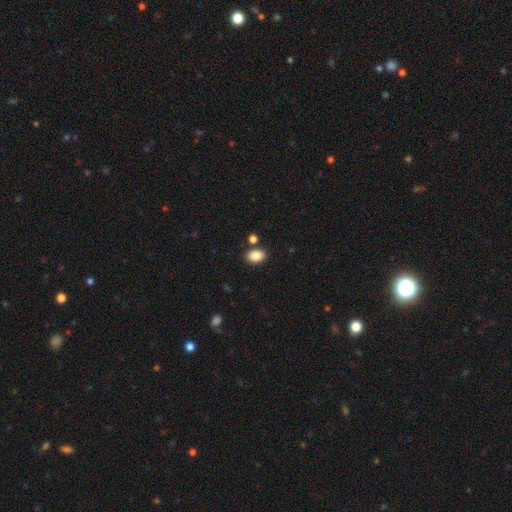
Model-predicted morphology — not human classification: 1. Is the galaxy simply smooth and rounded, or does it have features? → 87% smooth, 8% star or artifact, 5% featured or disk.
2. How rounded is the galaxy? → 78% in between, 21% round, 1% cigar-shaped.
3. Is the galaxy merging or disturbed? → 80% none, 9% minor disturbance, 8% merger, 3% major disturbance.